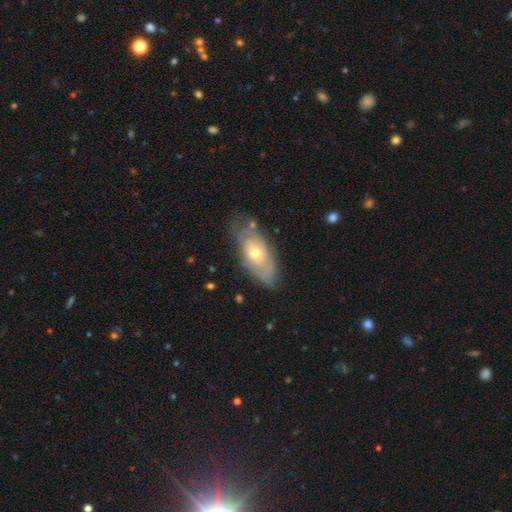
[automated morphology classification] This is likely a featured or disk galaxy (60%). It is clearly not viewed edge-on (83%). Bar: clearly no (83%). Spiral arm pattern: possibly yes (57%). Central bulge: possibly moderate (58%). Merging: likely none (69%).